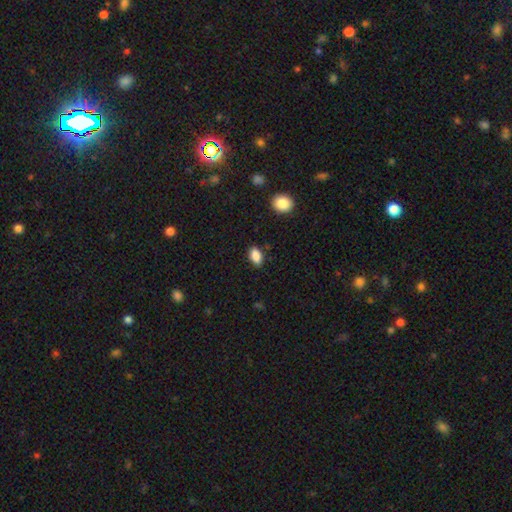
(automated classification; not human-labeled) smooth 88%, star or artifact 8%, featured or disk 4%. Down the decision tree: how rounded — in between (89%); merging — none (86%).